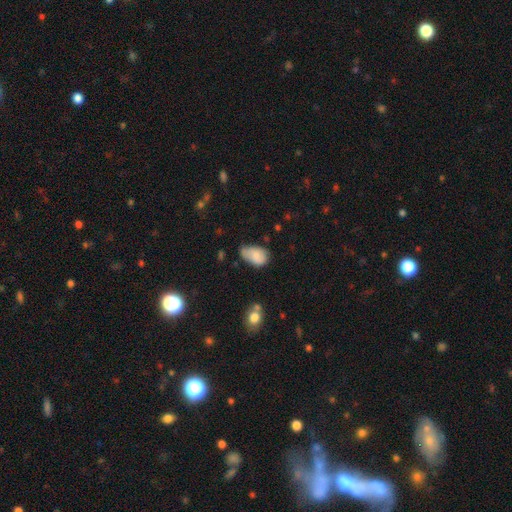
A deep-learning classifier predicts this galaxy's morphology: smooth_or_featured: smooth (p=0.78) [alt: featured or disk p=0.14]
how_rounded: in between (p=0.89) [alt: round p=0.09]
merging: minor disturbance (p=0.45) [alt: none p=0.39]